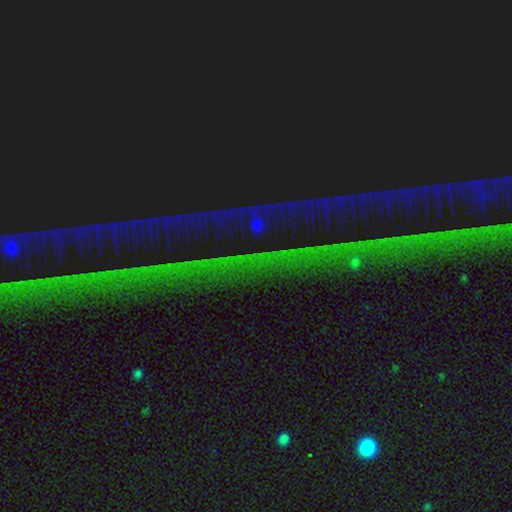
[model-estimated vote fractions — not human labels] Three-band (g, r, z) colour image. It shows a star or artifact, not a galaxy (88%).